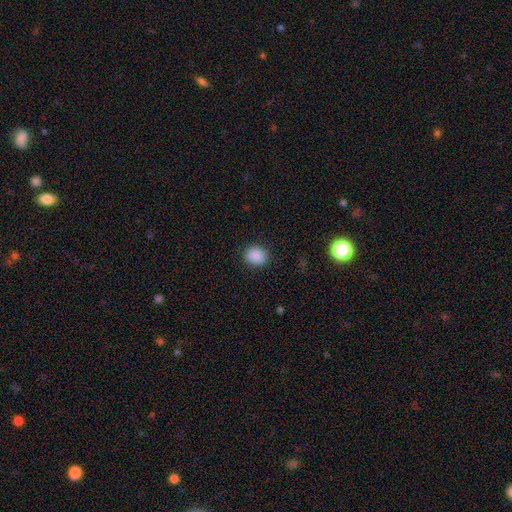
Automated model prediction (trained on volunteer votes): Smooth or featured? smooth (88%)
How rounded? round (66%)
Merging? none (87%)